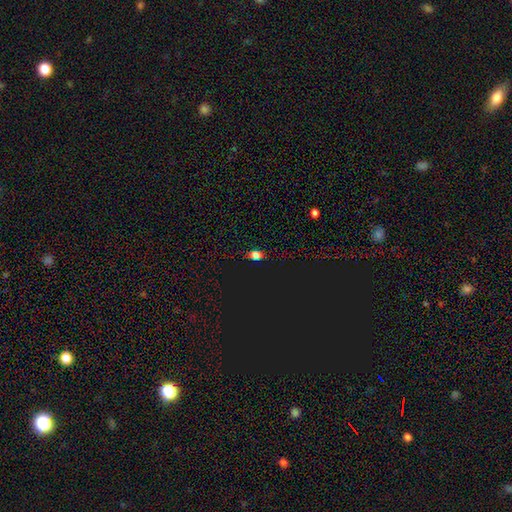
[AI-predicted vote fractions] This appears to be a smooth galaxy with no disk features (57%) that is in between round and cigar-shaped (72%). Merging: none (82%).